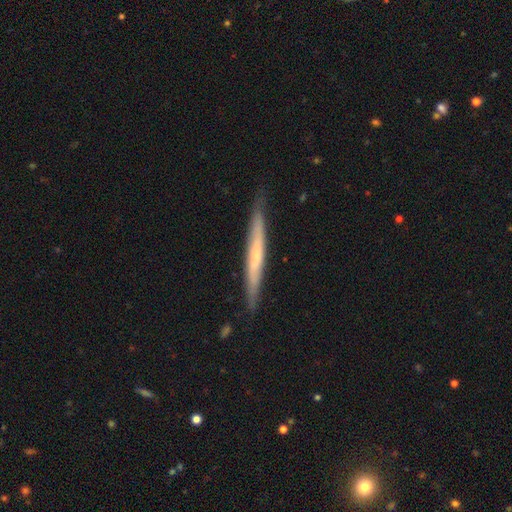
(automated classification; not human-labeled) Overall: featured or disk (55%; smooth 40%). Edge-on disk: yes (93%). Edge-on bulge: none (66%; rounded 29%). Merging: none (85%).